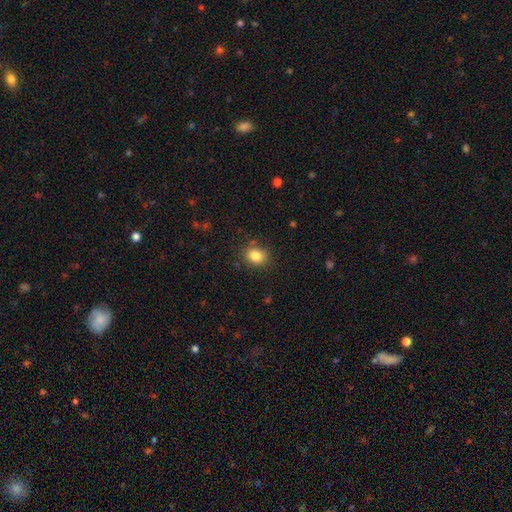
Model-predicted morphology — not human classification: type=smooth (83%); roundness=round (61%); merging=none (82%).